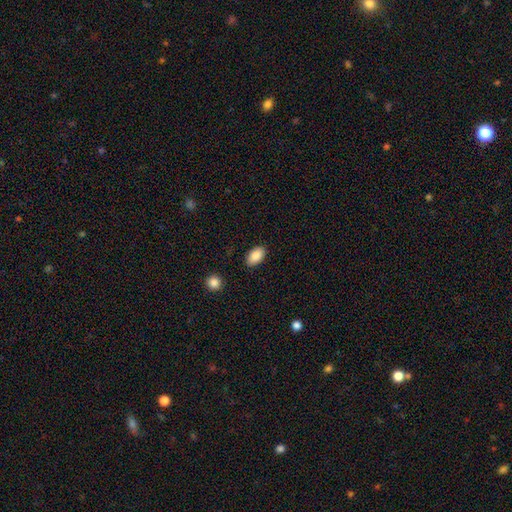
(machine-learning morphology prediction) Smooth or featured?
  - smooth: 87% *
  - star or artifact: 7%
  - featured or disk: 6%
How rounded?
  - in between: 93% *
  - round: 5%
  - cigar-shaped: 2%
Merging?
  - none: 87% *
  - minor disturbance: 9%
  - major disturbance: 2%
  - merger: 1%